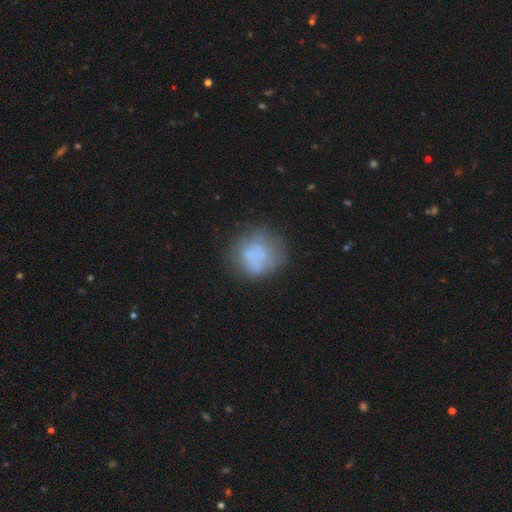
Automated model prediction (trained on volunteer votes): Smooth or featured: smooth — 66% (featured or disk — 23%)
How rounded: round — 87% (in between — 12%)
Merging: none — 58% (minor disturbance — 20%)